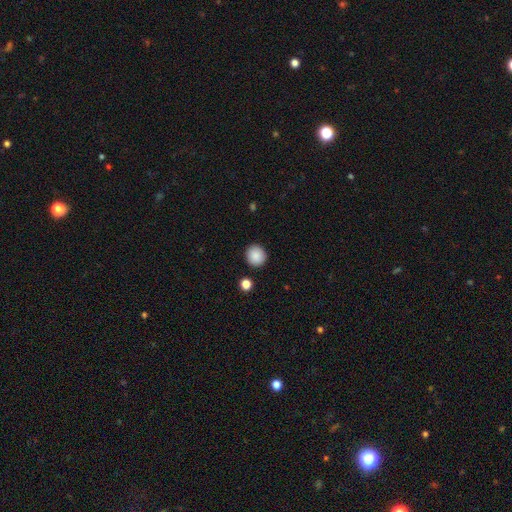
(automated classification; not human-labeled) Smooth or featured? Predicted: smooth (p=0.88). How rounded? Predicted: round (p=0.90). Merging? Predicted: none (p=0.90).